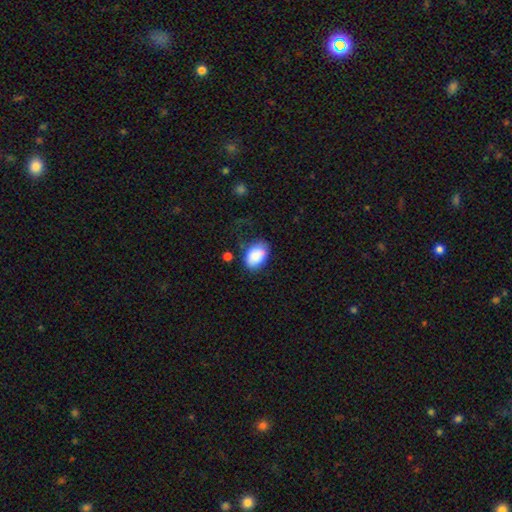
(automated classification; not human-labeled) Smooth or featured? Predicted: smooth (p=0.86). How rounded? Predicted: in between (p=0.86). Merging? Predicted: none (p=0.61).